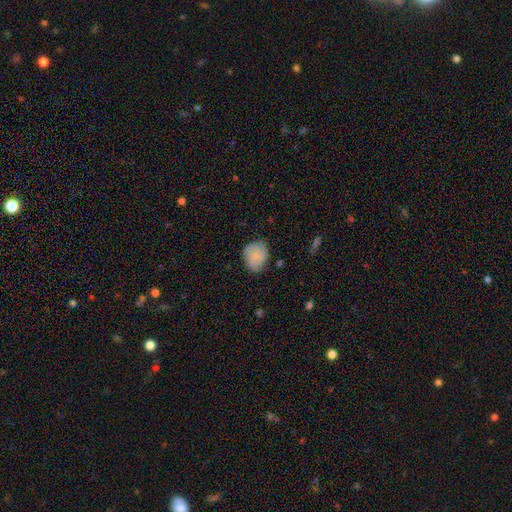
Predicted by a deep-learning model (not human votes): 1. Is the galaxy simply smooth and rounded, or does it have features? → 68% smooth, 25% featured or disk, 7% star or artifact.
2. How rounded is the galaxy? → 52% round, 47% in between, 1% cigar-shaped.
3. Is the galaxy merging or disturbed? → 72% none, 22% minor disturbance, 5% major disturbance, 1% merger.